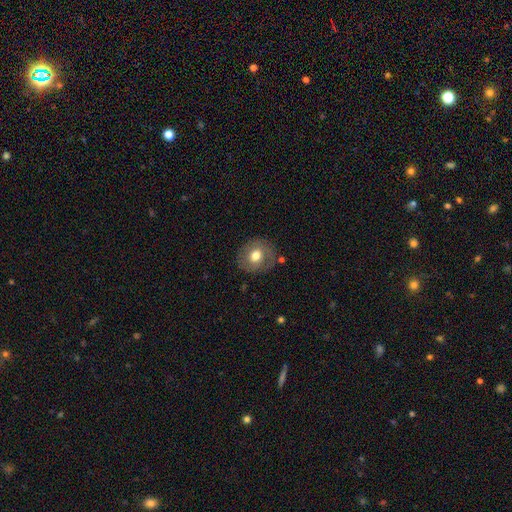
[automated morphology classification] type=smooth (63%); roundness=round (77%); merging=none (80%).